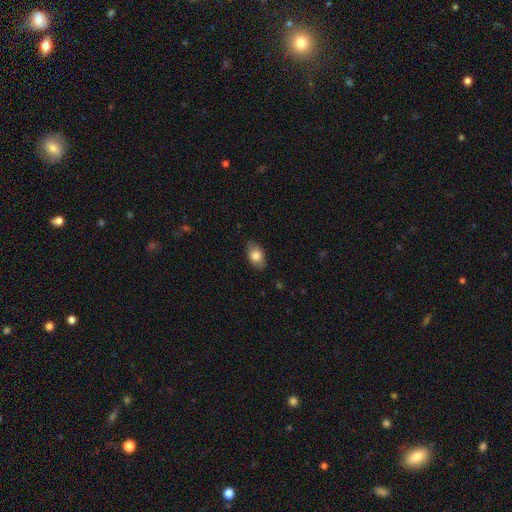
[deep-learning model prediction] A smooth galaxy with no disk features (80%) that is in between round and cigar-shaped (88%).

Vote fractions:
- Smooth or featured? smooth: 80% / featured or disk: 12% / star or artifact: 7%
- How rounded? in between: 88% / round: 11% / cigar-shaped: 2%
- Merging? none: 80% / minor disturbance: 16% / major disturbance: 3% / merger: 1%